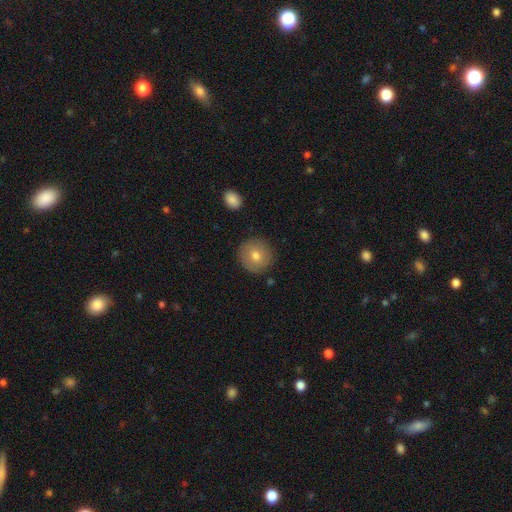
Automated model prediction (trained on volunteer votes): This is likely a smooth galaxy (74%). How rounded: clearly round (93%). Merging: clearly none (88%).